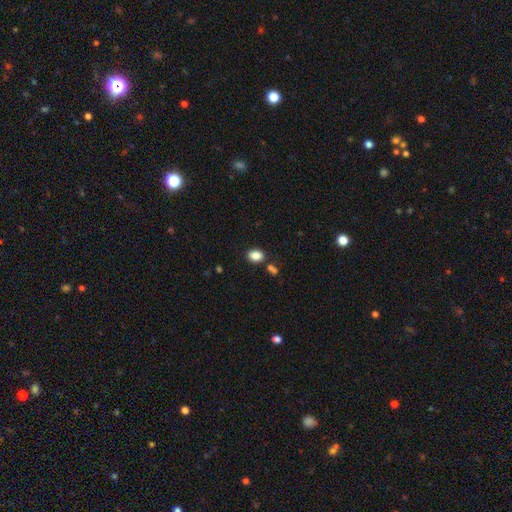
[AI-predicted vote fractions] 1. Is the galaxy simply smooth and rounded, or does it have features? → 86% smooth, 9% star or artifact, 5% featured or disk.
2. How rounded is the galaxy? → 71% in between, 28% round, 1% cigar-shaped.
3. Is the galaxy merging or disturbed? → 78% none, 11% minor disturbance, 8% merger, 3% major disturbance.